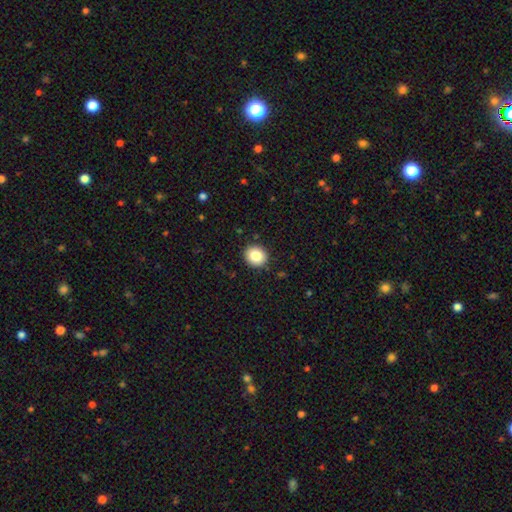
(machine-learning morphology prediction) This is clearly a smooth galaxy (84%). How rounded: clearly round (85%). Merging: clearly none (91%).